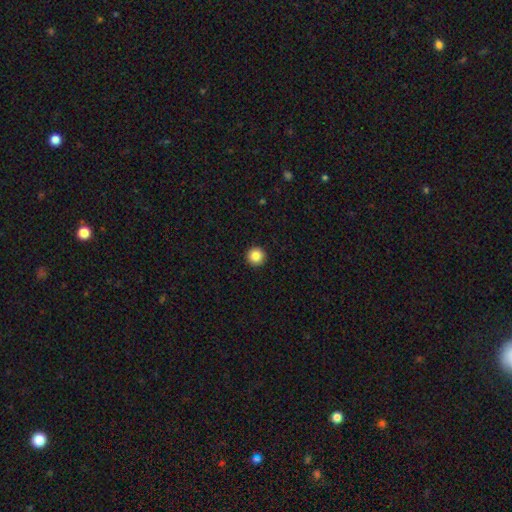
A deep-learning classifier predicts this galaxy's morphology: A smooth galaxy with no disk features (85%) that is round (96%). Merging: none (94%).